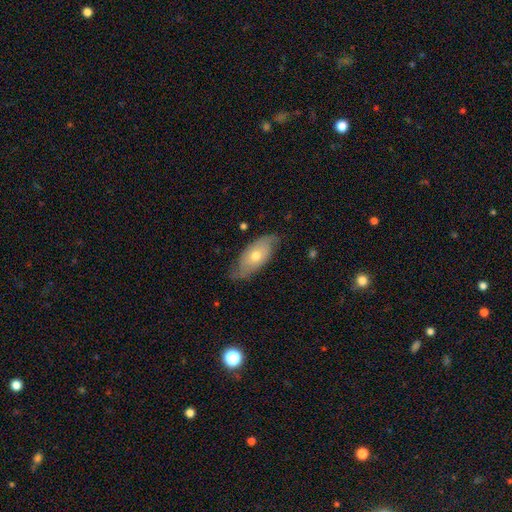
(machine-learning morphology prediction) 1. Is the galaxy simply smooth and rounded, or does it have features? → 47% featured or disk, 46% smooth, 6% star or artifact.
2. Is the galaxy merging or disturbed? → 68% none, 25% minor disturbance, 6% major disturbance, 1% merger.